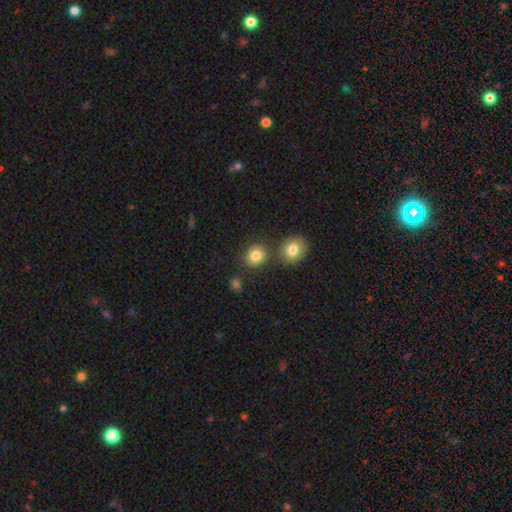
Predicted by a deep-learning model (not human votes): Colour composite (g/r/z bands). It shows a smooth galaxy with no disk features (83%) that is round (79%). Merging: none (73%).